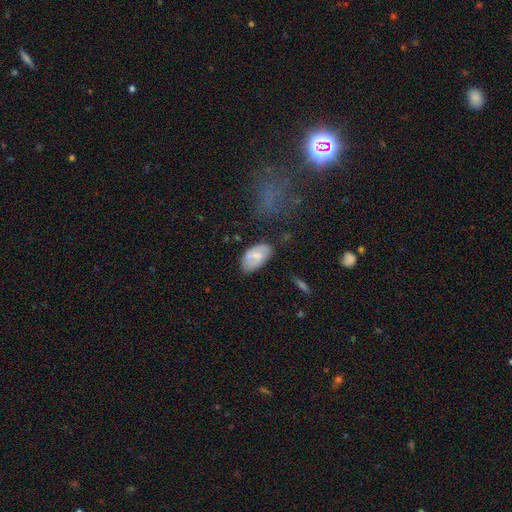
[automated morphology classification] A smooth galaxy with no disk features (56%) that is in between round and cigar-shaped (94%). Merging: none (67%).